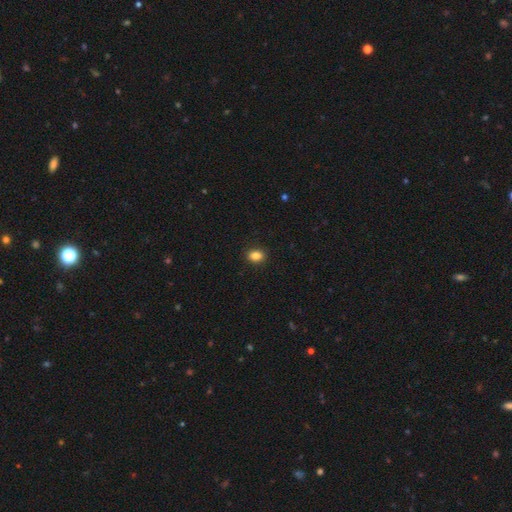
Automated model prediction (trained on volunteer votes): Smooth or featured: smooth — 86% (star or artifact — 10%)
How rounded: in between — 69% (round — 29%)
Merging: none — 89% (minor disturbance — 8%)